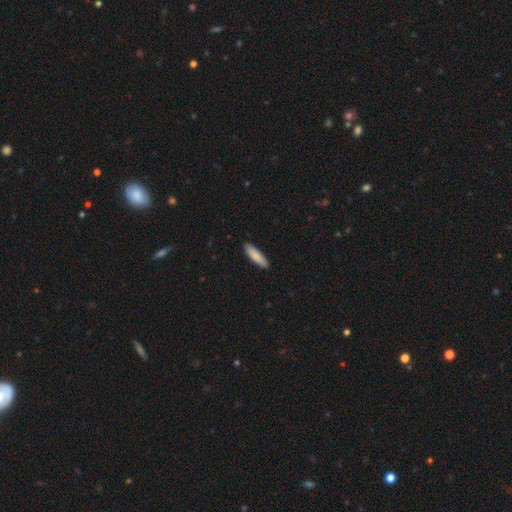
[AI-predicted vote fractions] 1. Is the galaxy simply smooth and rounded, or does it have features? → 85% smooth, 10% featured or disk, 5% star or artifact.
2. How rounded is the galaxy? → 70% cigar-shaped, 29% in between, 1% round.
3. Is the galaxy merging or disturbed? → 90% none, 8% minor disturbance, 1% major disturbance, 1% merger.